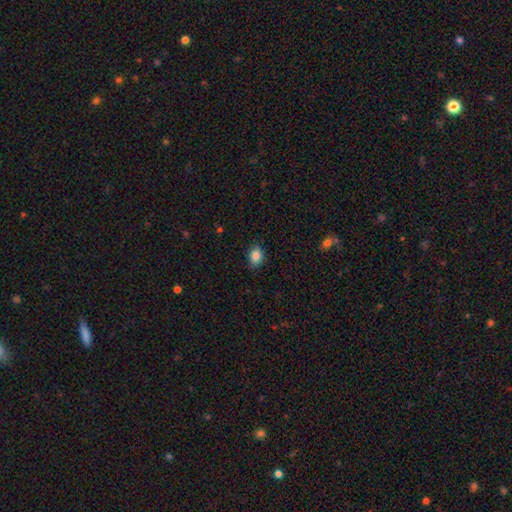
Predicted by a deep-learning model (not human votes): Smooth or featured? smooth (87%)
How rounded? in between (70%)
Merging? none (86%)